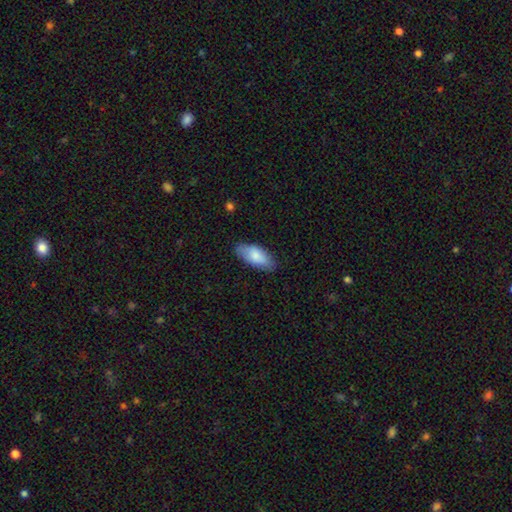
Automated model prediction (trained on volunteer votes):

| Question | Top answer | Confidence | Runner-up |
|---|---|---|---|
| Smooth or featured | smooth | 81% | featured or disk (13%) |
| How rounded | in between | 86% | cigar-shaped (12%) |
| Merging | none | 79% | minor disturbance (17%) |